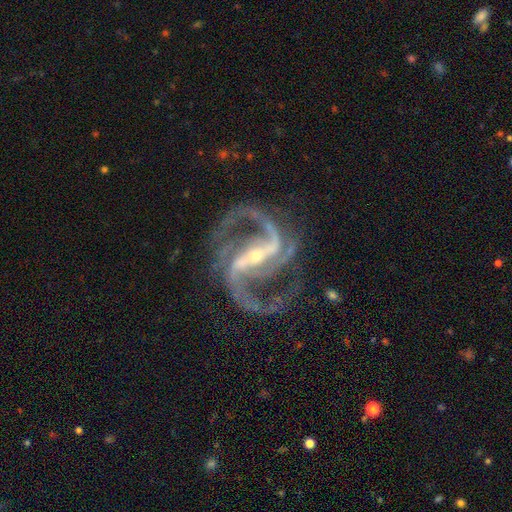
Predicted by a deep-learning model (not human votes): A featured or disk galaxy (94%) with a strong bar (72%), 2 (62%) medium (66%) spiral arms (99%) and a small central bulge (67%). Merging: none (73%).